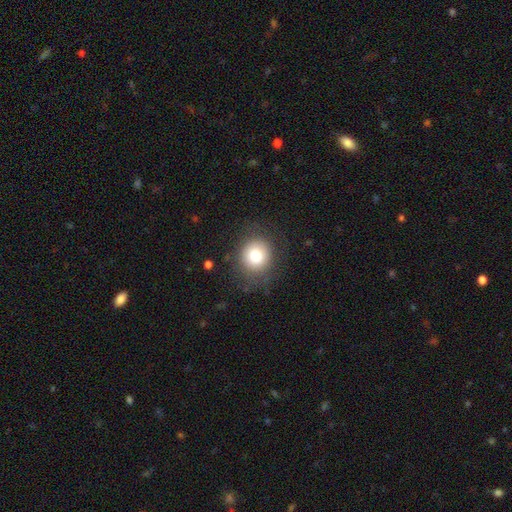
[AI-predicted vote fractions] This is likely a smooth galaxy (78%). How rounded: clearly round (85%). Merging: clearly none (82%).